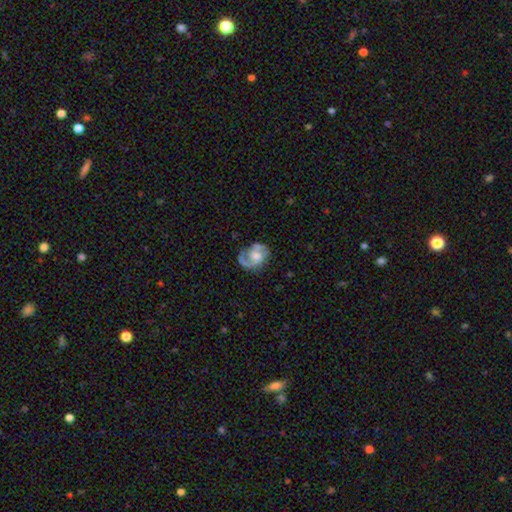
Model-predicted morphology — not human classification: Smooth or featured: featured or disk — 79% (smooth — 14%)
Edge-on disk: no — 98% (yes — 2%)
Bar: no — 51% (weak — 40%)
Spiral arms: yes — 93% (no — 7%)
Spiral winding: medium — 52% (tight — 26%)
Spiral arm count: 2 — 79% (1 — 11%)
Bulge size: moderate — 43% (small — 22%)
Merging: none — 69% (minor disturbance — 19%)